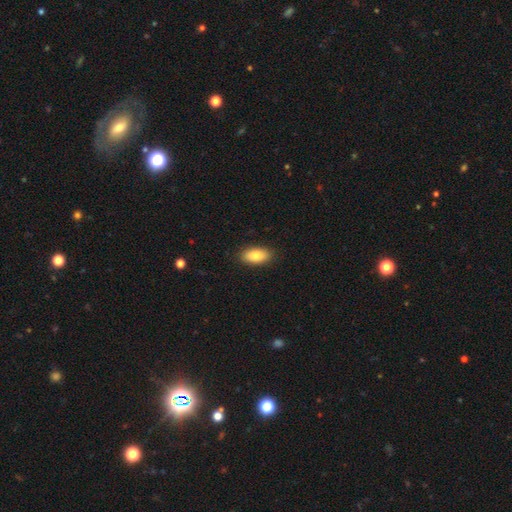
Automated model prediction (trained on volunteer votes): A smooth galaxy with no disk features (83%) that is in between round and cigar-shaped (92%).

Vote fractions:
- Smooth or featured? smooth: 83% / featured or disk: 10% / star or artifact: 7%
- How rounded? in between: 92% / cigar-shaped: 5% / round: 4%
- Merging? none: 89% / minor disturbance: 8% / major disturbance: 2% / merger: 1%